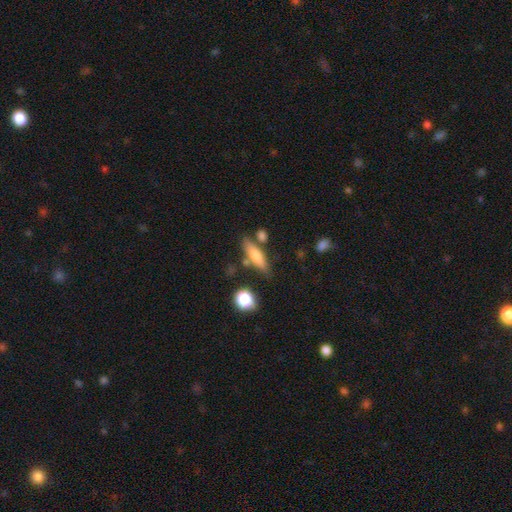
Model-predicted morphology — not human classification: Overall: smooth (65%; featured or disk 27%). How rounded: cigar-shaped (62%; in between 35%). Merging: none (71%).